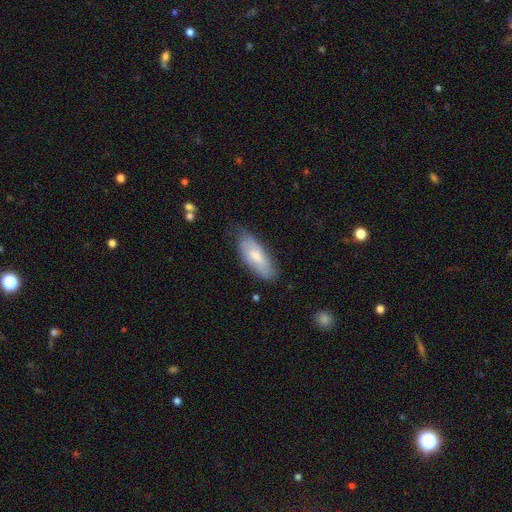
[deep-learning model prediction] Overall: smooth (64%; featured or disk 30%). How rounded: in between (72%). Merging: none (66%; minor disturbance 27%).